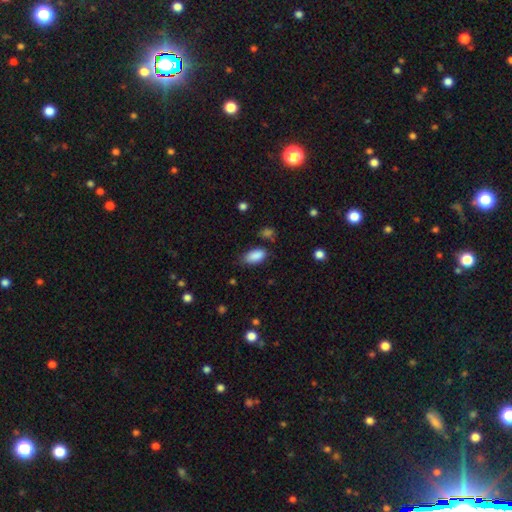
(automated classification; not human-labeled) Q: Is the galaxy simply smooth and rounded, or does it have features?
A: smooth — 88%.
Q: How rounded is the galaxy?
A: in between — 92%.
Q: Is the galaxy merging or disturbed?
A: none — 76%.